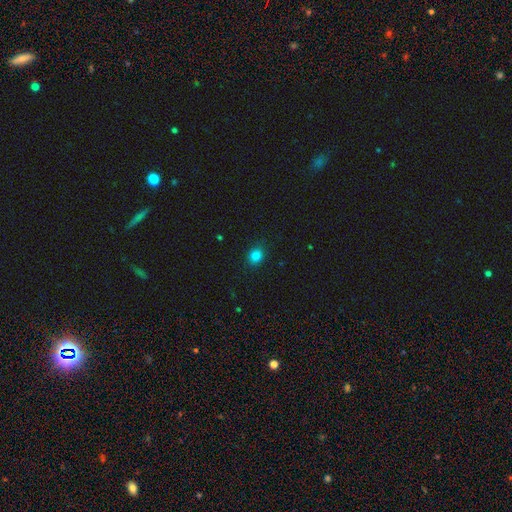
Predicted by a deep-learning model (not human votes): smooth-or-featured: smooth: 83% | star or artifact: 13% | featured or disk: 4%
  how-rounded: round: 72% | in between: 27% | cigar-shaped: 1%
  merging: none: 88% | minor disturbance: 8% | major disturbance: 2% | merger: 1%